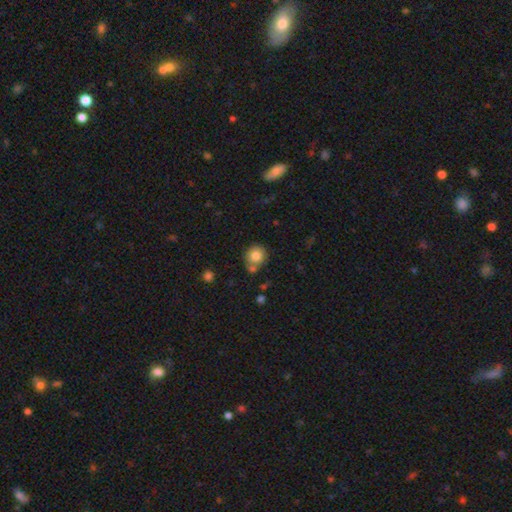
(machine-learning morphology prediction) Smooth or featured? Predicted: smooth (p=0.79). How rounded? Predicted: round (p=0.87). Merging? Predicted: none (p=0.66).